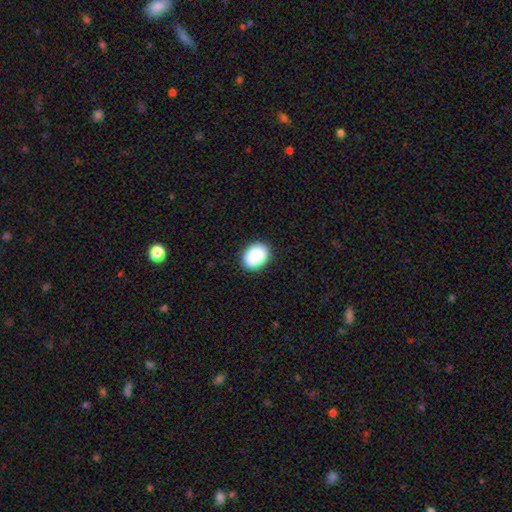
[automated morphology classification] Smooth or featured: smooth — 89% (star or artifact — 7%)
How rounded: in between — 69% (round — 30%)
Merging: none — 89% (minor disturbance — 8%)